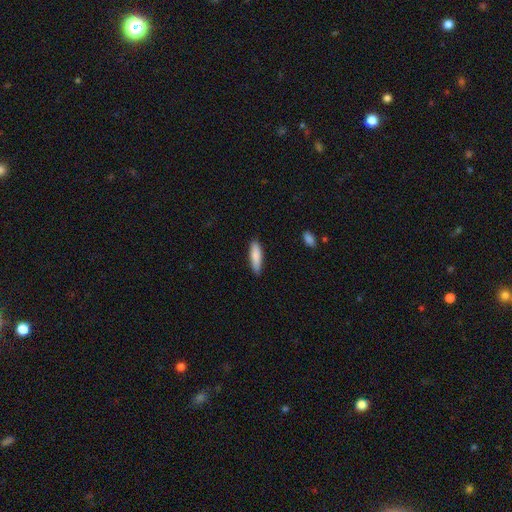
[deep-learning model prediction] smooth_or_featured: smooth (p=0.86) [alt: featured or disk p=0.09]
how_rounded: cigar-shaped (p=0.65) [alt: in between p=0.34]
merging: none (p=0.85) [alt: minor disturbance p=0.12]